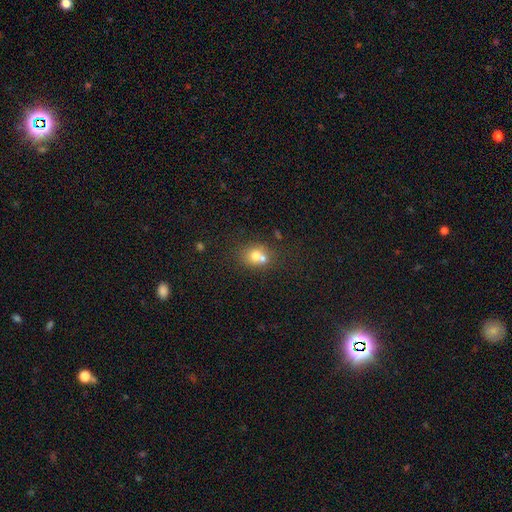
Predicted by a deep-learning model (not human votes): Q: Smooth or featured?
A: smooth (70%); runner-up: featured or disk (18%)
Q: How rounded?
A: round (67%); runner-up: in between (32%)
Q: Merging?
A: merger (49%); runner-up: none (38%)